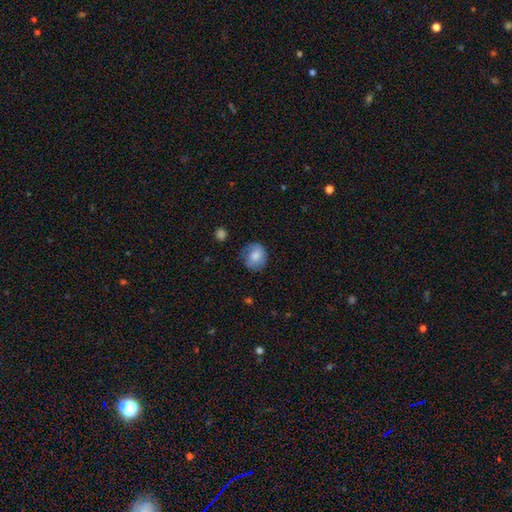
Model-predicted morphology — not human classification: Overall: smooth (71%). How rounded: round (76%). Merging: none (66%).